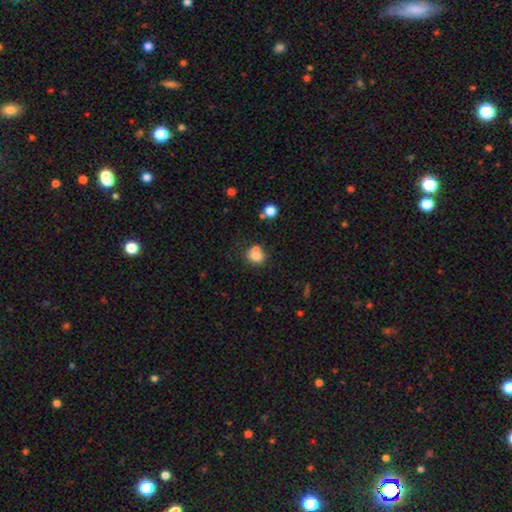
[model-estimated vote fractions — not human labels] Q: Smooth or featured?
A: smooth (76%); runner-up: featured or disk (13%)
Q: How rounded?
A: round (65%); runner-up: in between (34%)
Q: Merging?
A: none (46%); runner-up: merger (37%)